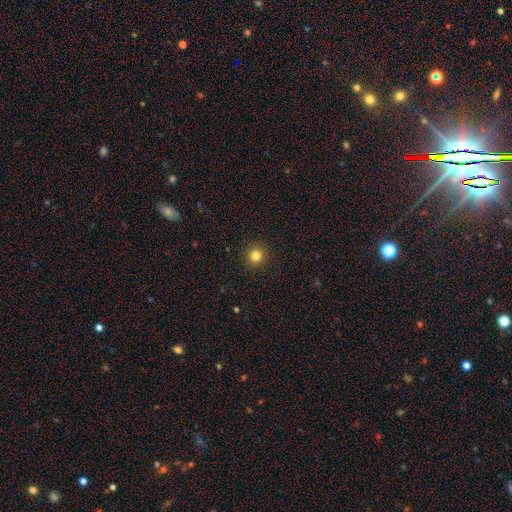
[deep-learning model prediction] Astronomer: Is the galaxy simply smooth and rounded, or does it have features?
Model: smooth — 82%.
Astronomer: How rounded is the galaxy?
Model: round — 94%.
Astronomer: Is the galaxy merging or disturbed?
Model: none — 93%.